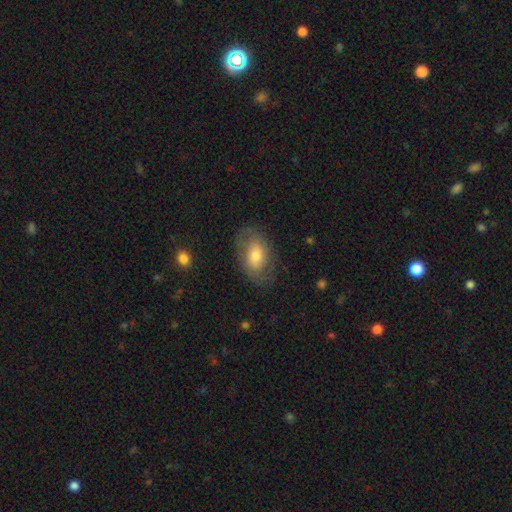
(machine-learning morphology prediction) smooth-or-featured: smooth: 56% | featured or disk: 37% | star or artifact: 7%
  how-rounded: in between: 86% | round: 12% | cigar-shaped: 2%
  merging: none: 71% | minor disturbance: 18% | major disturbance: 10% | merger: 1%